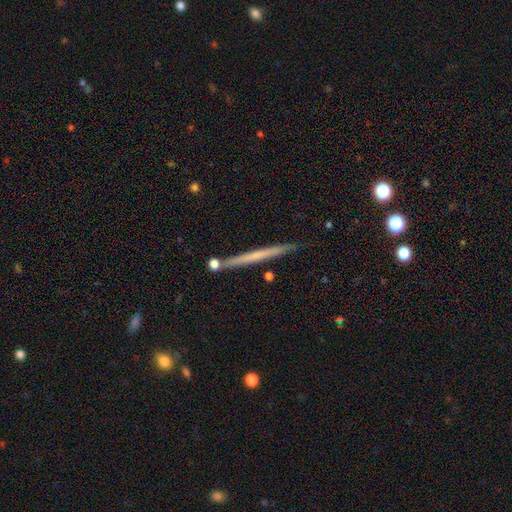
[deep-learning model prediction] Morphology: type=featured or disk (49%); merging=none (87%).